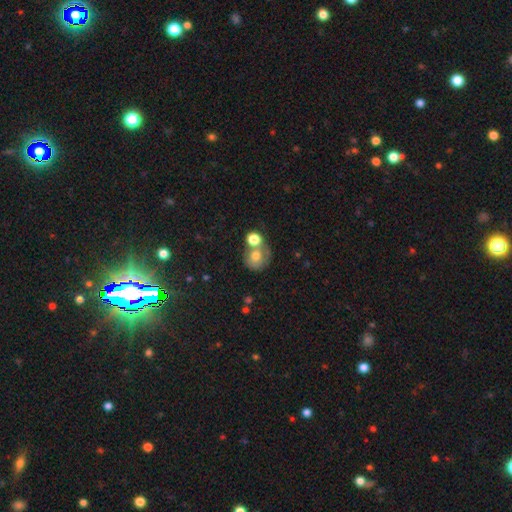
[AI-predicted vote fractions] Smooth or featured: smooth — 70% (featured or disk — 19%)
How rounded: round — 77% (in between — 22%)
Merging: merger — 46% (none — 36%)